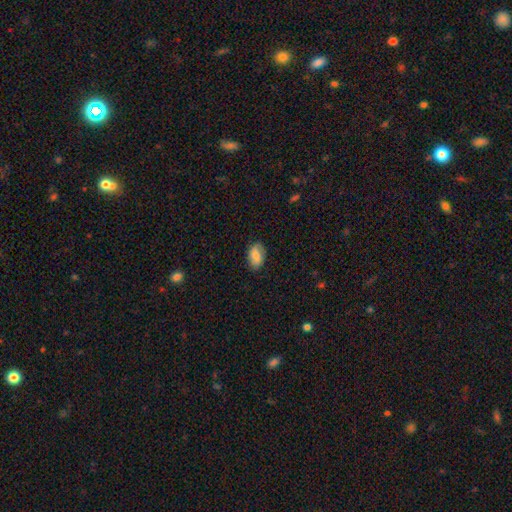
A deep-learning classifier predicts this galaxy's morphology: Smooth or featured: smooth — 78% (featured or disk — 14%)
How rounded: in between — 91% (round — 7%)
Merging: none — 82% (minor disturbance — 14%)